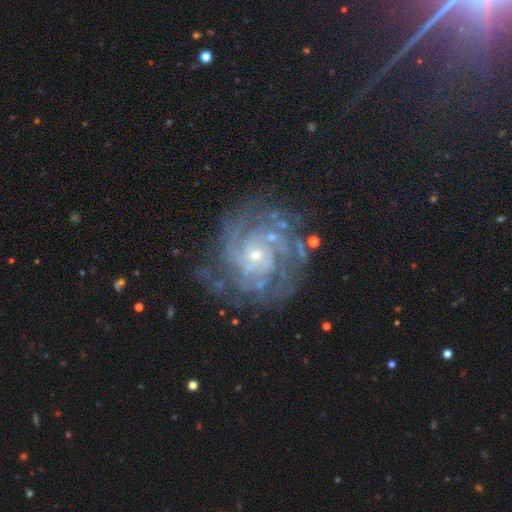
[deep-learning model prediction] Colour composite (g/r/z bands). It shows a featured or disk galaxy (89%) with no bar (75%), tight (66%) spiral arms (97%) and a small central bulge (70%). Merging: none (72%).